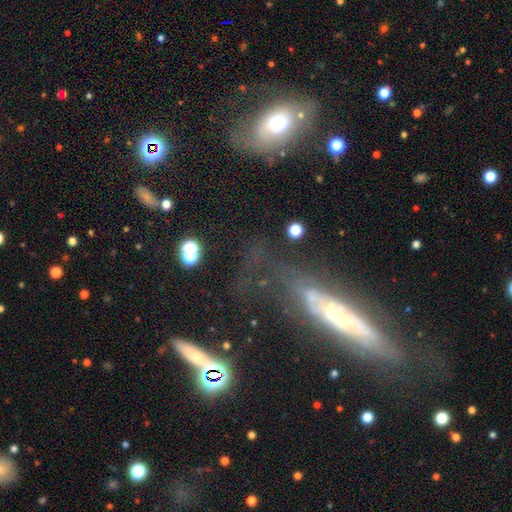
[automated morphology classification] type=featured or disk (47%); merging=none (50%).